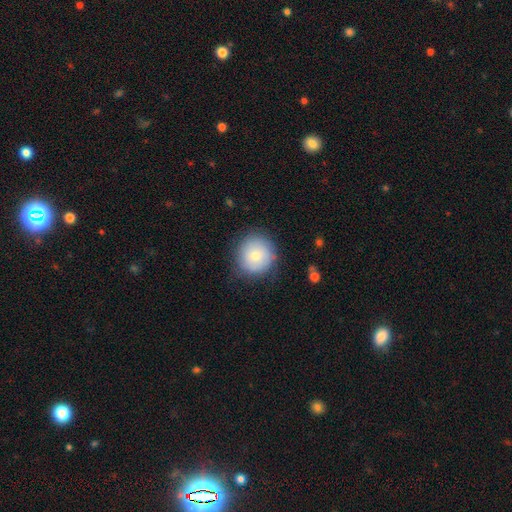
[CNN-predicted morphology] The model was most divided on "smooth or featured": smooth: 74%, featured or disk: 18%, star or artifact: 8%. More confident: how rounded — round (92%); merging — none (79%).